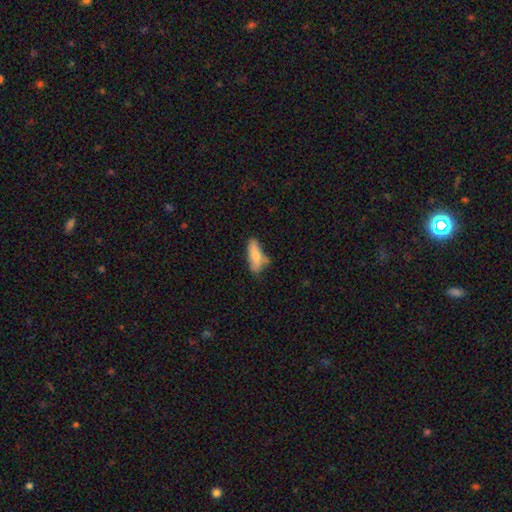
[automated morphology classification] Overall: smooth (74%). How rounded: in between (67%; cigar-shaped 30%). Merging: none (50%; minor disturbance 31%).